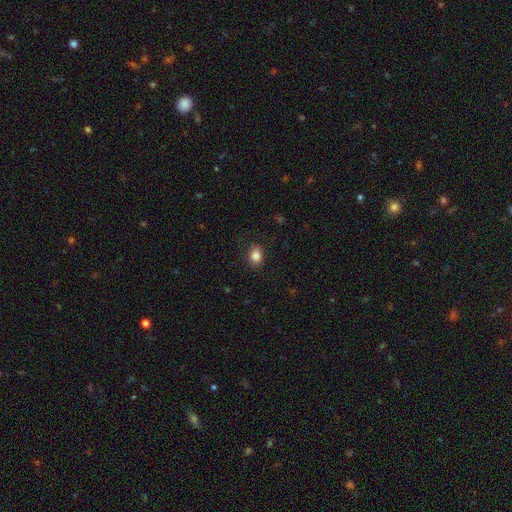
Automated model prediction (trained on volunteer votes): smooth-or-featured: smooth: 86% | star or artifact: 10% | featured or disk: 4%
  how-rounded: in between: 61% | round: 38% | cigar-shaped: 1%
  merging: none: 82% | minor disturbance: 13% | major disturbance: 4% | merger: 1%